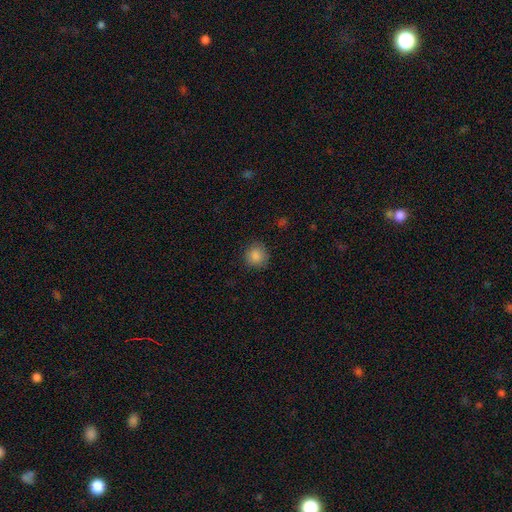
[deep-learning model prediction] Smooth or featured: smooth — 86% (star or artifact — 10%)
How rounded: round — 90% (in between — 9%)
Merging: none — 87% (minor disturbance — 10%)